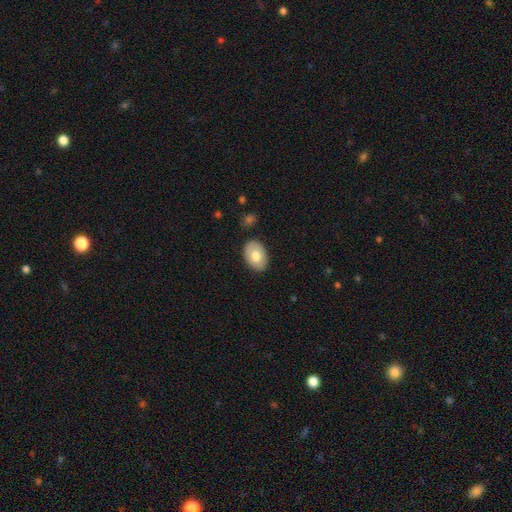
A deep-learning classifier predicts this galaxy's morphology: The model was most divided on "smooth or featured": smooth: 72%, featured or disk: 22%, star or artifact: 6%. More confident: merging — none (85%); how rounded — in between (83%).